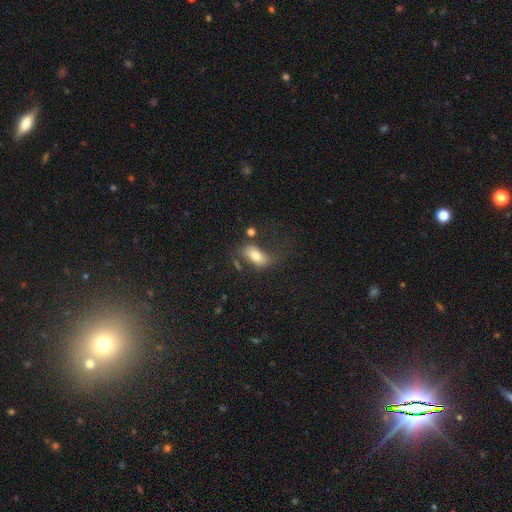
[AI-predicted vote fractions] This is likely a smooth galaxy (73%). How rounded: clearly in between (89%). Merging: possibly none (48%).